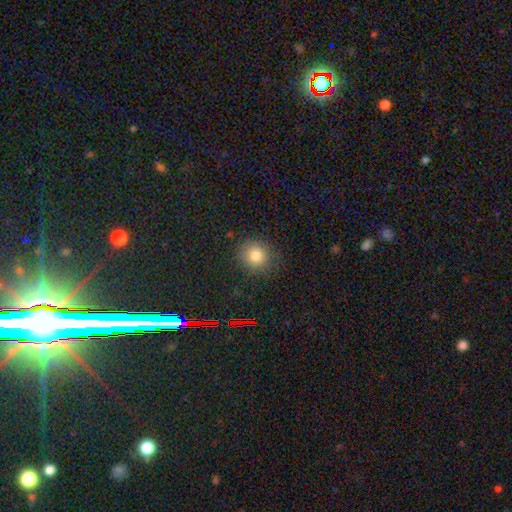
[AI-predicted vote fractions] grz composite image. It shows a smooth galaxy with no disk features (79%) that is round (83%). Merging: none (84%).